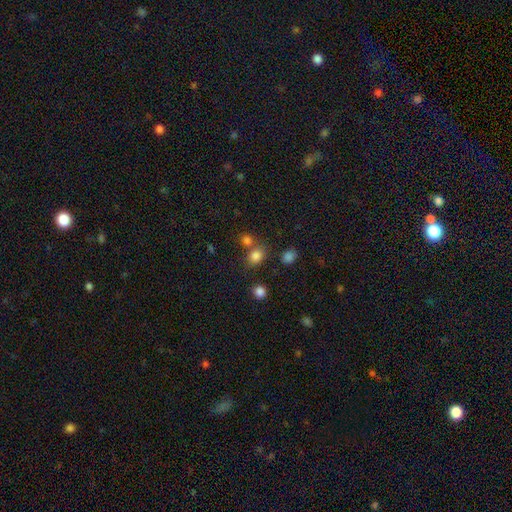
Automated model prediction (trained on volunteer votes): Morphology: type=smooth (81%); roundness=round (60%); merging=none (61%).